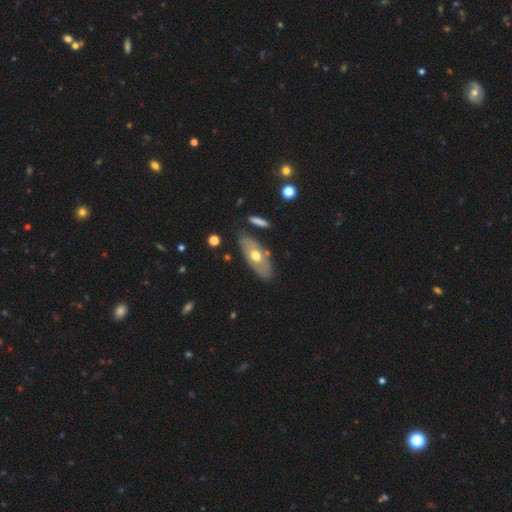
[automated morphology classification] smooth-or-featured: featured or disk: 48% | smooth: 47% | star or artifact: 5%
  merging: none: 76% | minor disturbance: 15% | merger: 4% | major disturbance: 4%